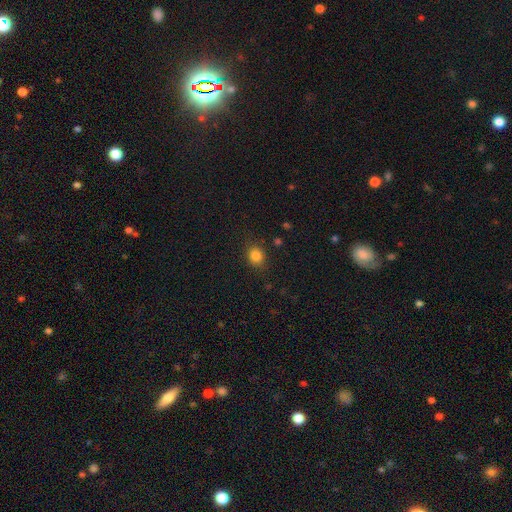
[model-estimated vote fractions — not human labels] Smooth or featured? Predicted: smooth (p=0.83). How rounded? Predicted: round (p=0.69). Merging? Predicted: none (p=0.85).